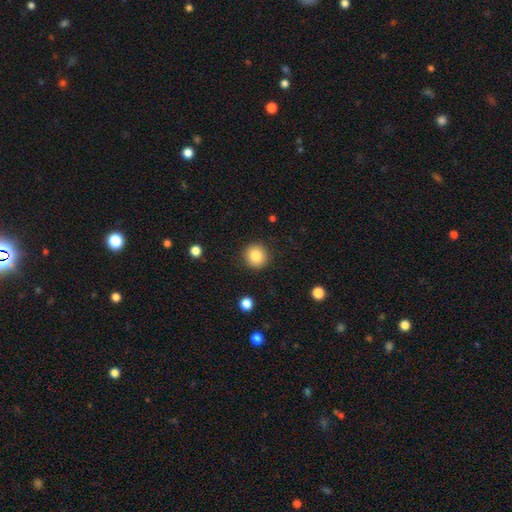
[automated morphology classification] smooth-or-featured: smooth: 84% | star or artifact: 9% | featured or disk: 6%
  how-rounded: round: 94% | in between: 5% | cigar-shaped: 1%
  merging: none: 90% | minor disturbance: 6% | major disturbance: 2% | merger: 1%